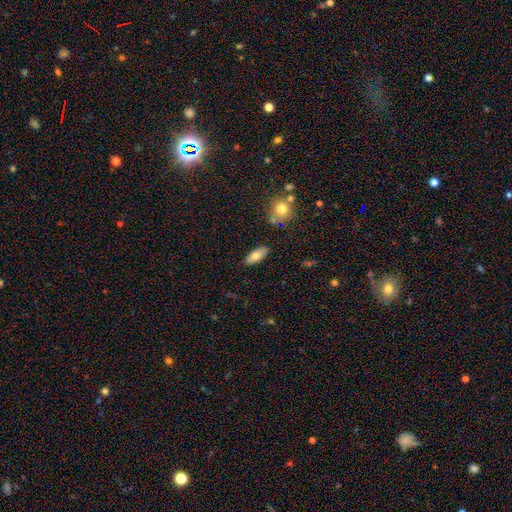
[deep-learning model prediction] Smooth or featured: smooth — 76% (featured or disk — 17%)
How rounded: in between — 82% (cigar-shaped — 15%)
Merging: none — 86% (minor disturbance — 10%)